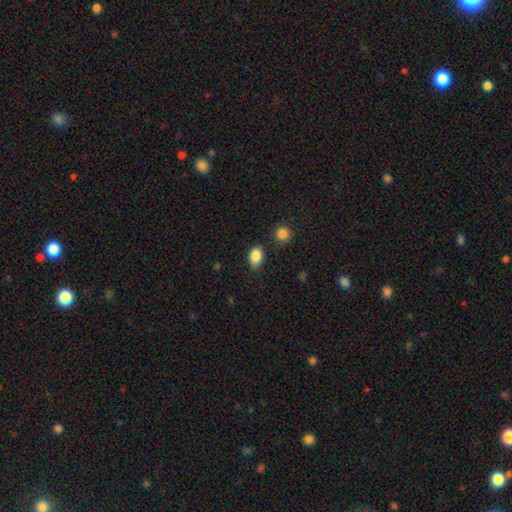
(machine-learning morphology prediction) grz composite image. It shows a smooth galaxy with no disk features (87%) that is in between round and cigar-shaped (77%). Merging: none (74%).